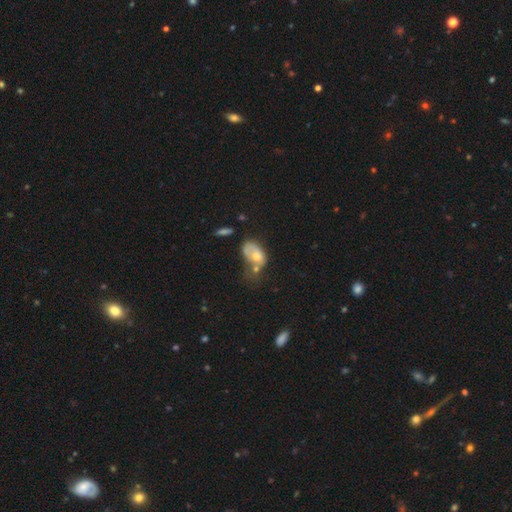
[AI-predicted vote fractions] A smooth galaxy with no disk features (61%) that is in between round and cigar-shaped (85%). Merging: merger (35%).